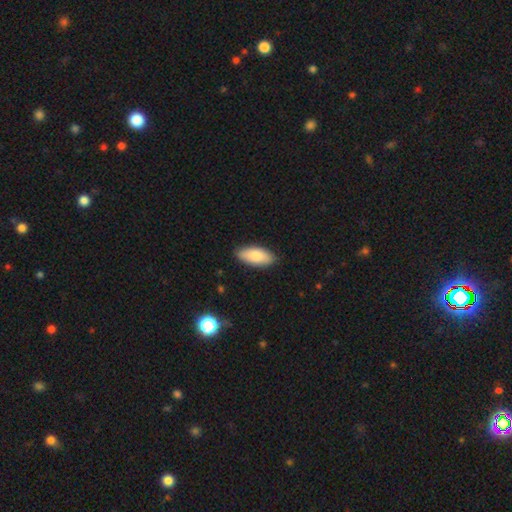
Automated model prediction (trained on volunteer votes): Morphology: type=smooth (84%); roundness=in between (87%); merging=none (87%).